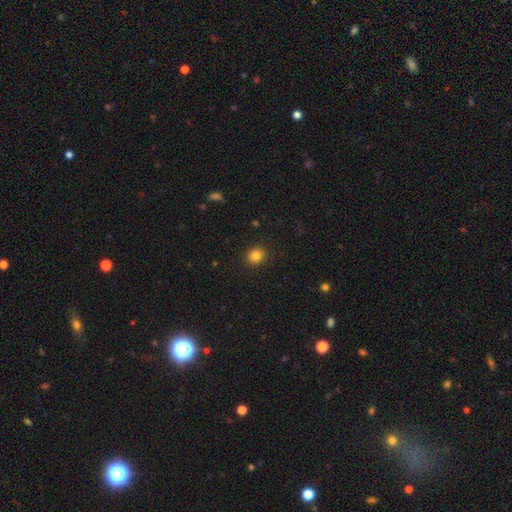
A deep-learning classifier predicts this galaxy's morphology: Q: Smooth or featured?
A: smooth (84%); runner-up: star or artifact (11%)
Q: How rounded?
A: round (79%); runner-up: in between (20%)
Q: Merging?
A: none (91%); runner-up: minor disturbance (6%)